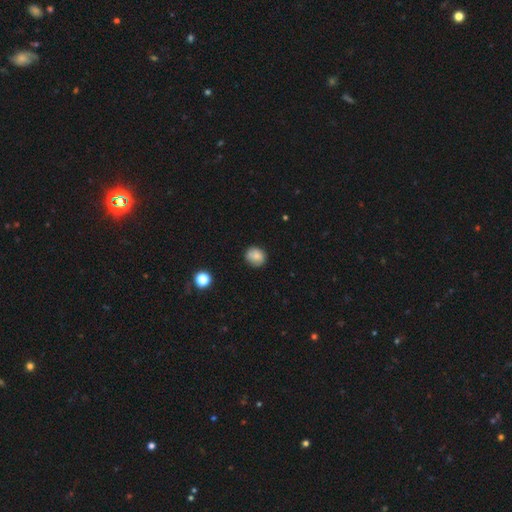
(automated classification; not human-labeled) Smooth or featured? Predicted: smooth (p=0.80). How rounded? Predicted: round (p=0.75). Merging? Predicted: none (p=0.77).